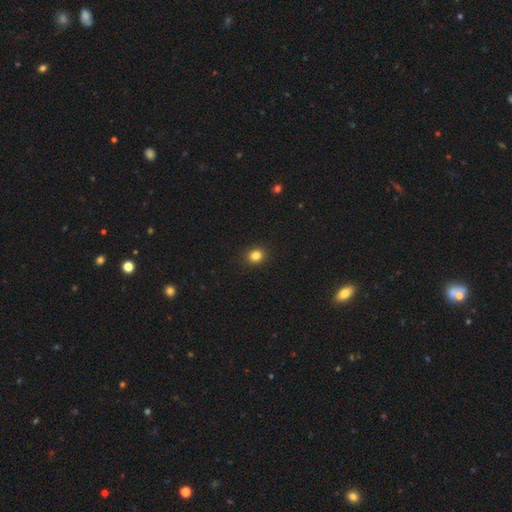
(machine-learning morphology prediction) This is clearly a smooth galaxy (83%). How rounded: likely round (71%). Merging: clearly none (91%).